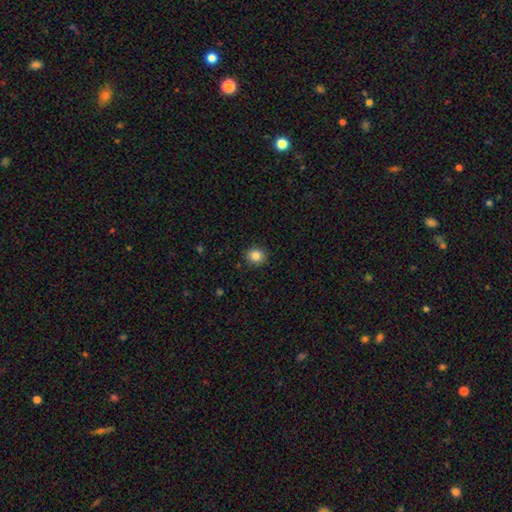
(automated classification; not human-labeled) A smooth galaxy with no disk features (85%) that is round (81%). Merging: none (90%).